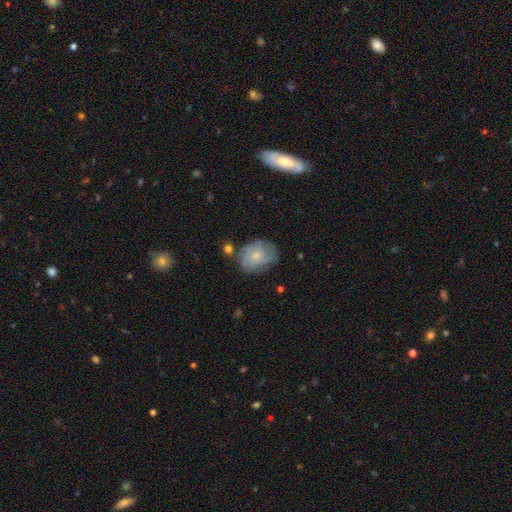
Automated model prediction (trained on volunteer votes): Smooth or featured?
  - smooth: 46% * (tied)
  - featured or disk: 46% * (tied)
  - star or artifact: 8%
Merging?
  - none: 62% *
  - minor disturbance: 24%
  - major disturbance: 9%
  - merger: 4%